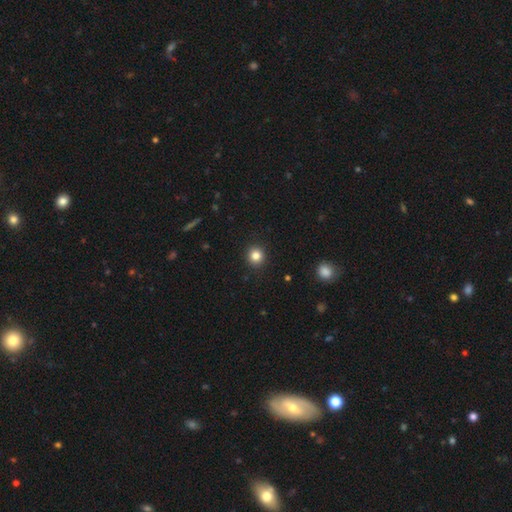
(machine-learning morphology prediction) Smooth or featured?
  - smooth: 83% *
  - star or artifact: 12%
  - featured or disk: 5%
How rounded?
  - round: 90% *
  - in between: 9%
  - cigar-shaped: 1%
Merging?
  - none: 92% *
  - minor disturbance: 5%
  - major disturbance: 2%
  - merger: 1%